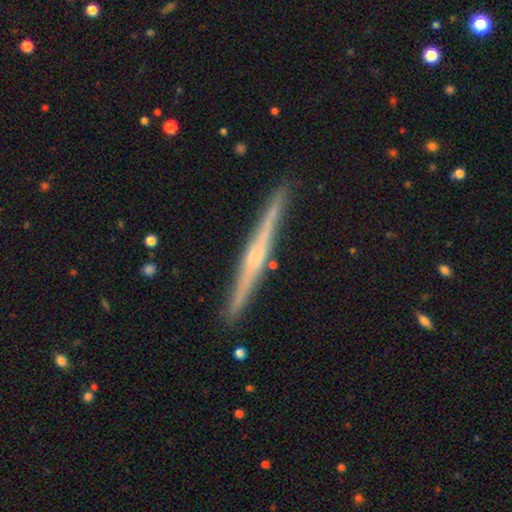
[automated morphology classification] A featured or disk galaxy (75%) viewed edge-on (98%) with a rounded central bulge (48%).

Vote fractions:
- Smooth or featured? featured or disk: 75% / smooth: 19% / star or artifact: 6%
- Edge-on disk? yes: 98% / no: 2%
- Edge-on bulge? rounded: 48% / none: 36% / boxy: 16%
- Merging? none: 91% / minor disturbance: 6% / merger: 1% / major disturbance: 1%